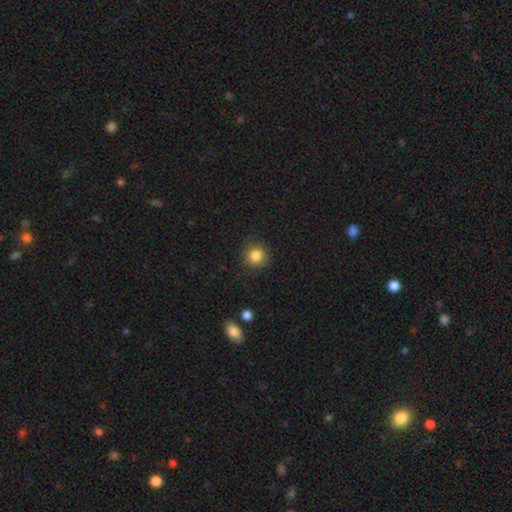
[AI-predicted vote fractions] Smooth or featured?
  - smooth: 85% *
  - star or artifact: 10%
  - featured or disk: 5%
How rounded?
  - round: 89% *
  - in between: 10%
  - cigar-shaped: 1%
Merging?
  - none: 84% *
  - minor disturbance: 11%
  - major disturbance: 3%
  - merger: 1%